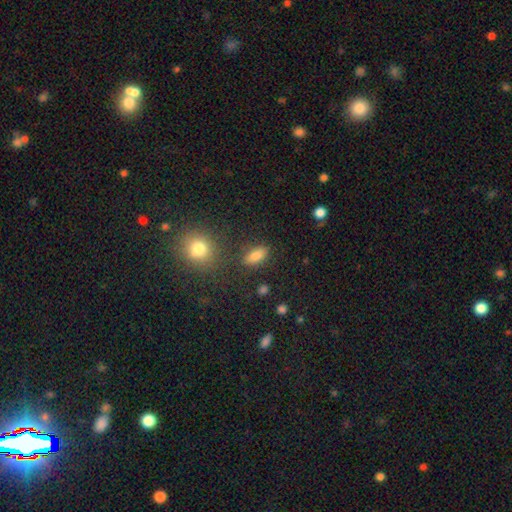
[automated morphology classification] smooth_or_featured: smooth (p=0.83) [alt: star or artifact p=0.10]
how_rounded: in between (p=0.83) [alt: cigar-shaped p=0.10]
merging: none (p=0.82) [alt: minor disturbance p=0.10]